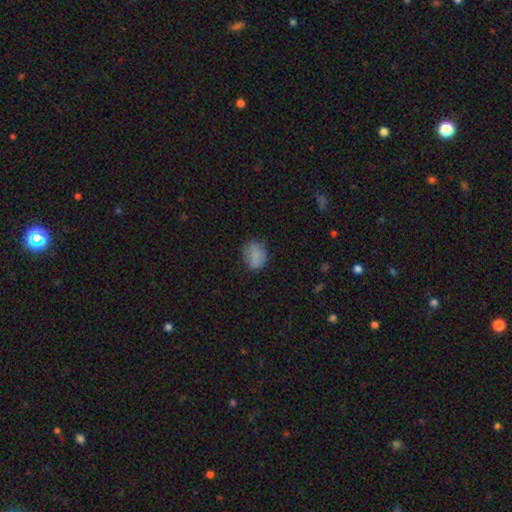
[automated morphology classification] Smooth or featured? Predicted: smooth (p=0.81). How rounded? Predicted: in between (p=0.55). Merging? Predicted: none (p=0.69).